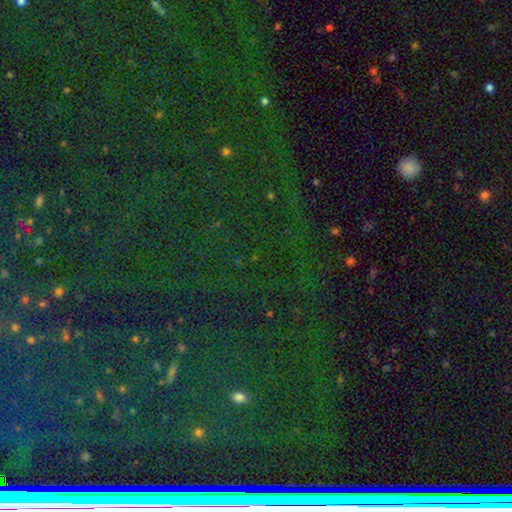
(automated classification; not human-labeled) smooth_or_featured: star or artifact (p=0.80) [alt: smooth p=0.11]